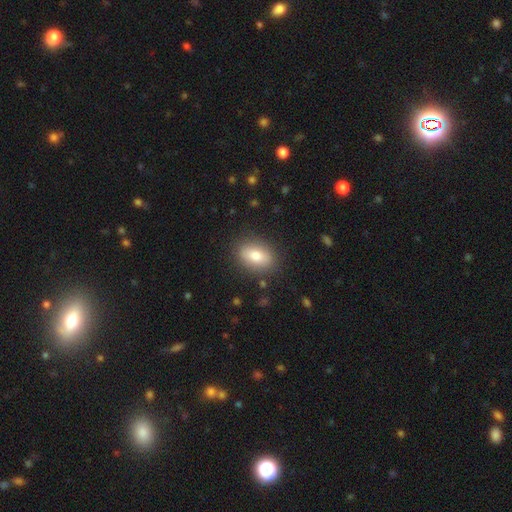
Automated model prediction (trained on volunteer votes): Smooth or featured? smooth (77%)
How rounded? in between (81%)
Merging? none (85%)